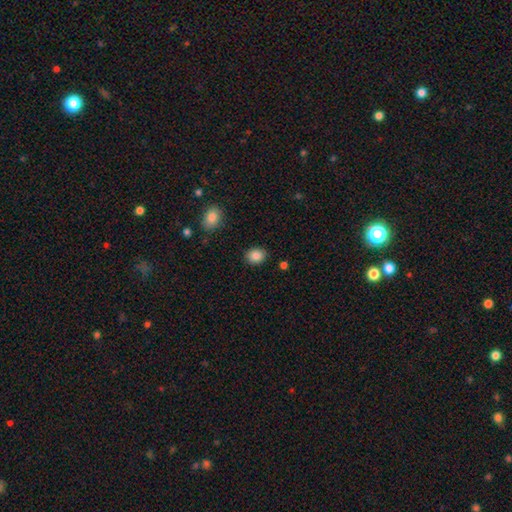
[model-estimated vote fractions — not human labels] Overall: smooth (86%). How rounded: round (57%; in between 42%). Merging: none (88%).